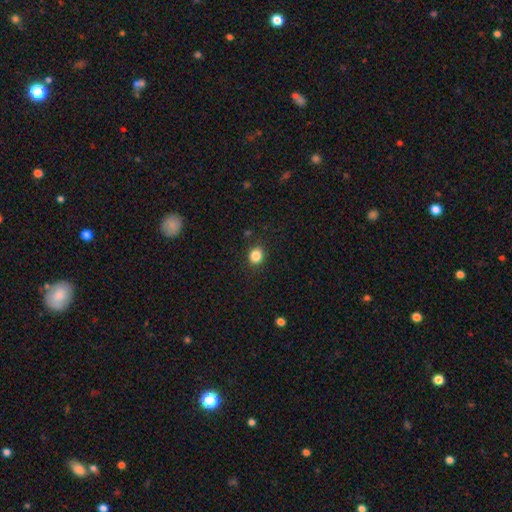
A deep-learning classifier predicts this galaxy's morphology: type=smooth (85%); roundness=round (74%); merging=none (88%).